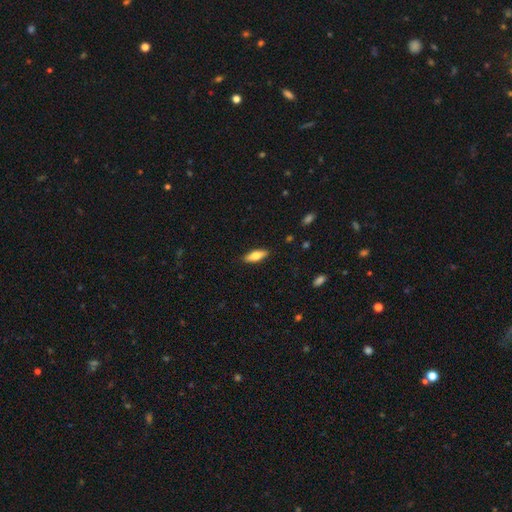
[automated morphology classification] type=smooth (67%); roundness=in between (62%); merging=none (88%).